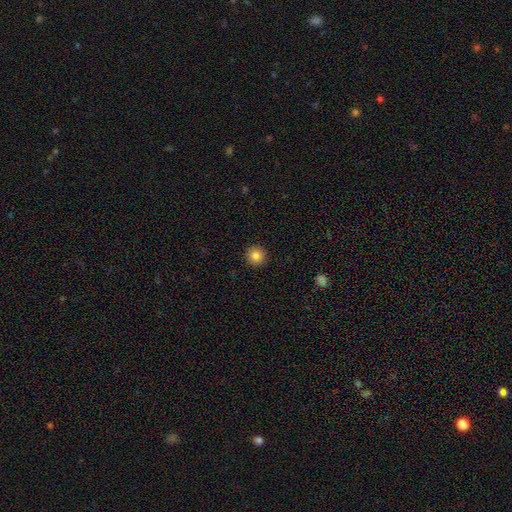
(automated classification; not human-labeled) Smooth or featured? smooth (84%)
How rounded? round (95%)
Merging? none (93%)